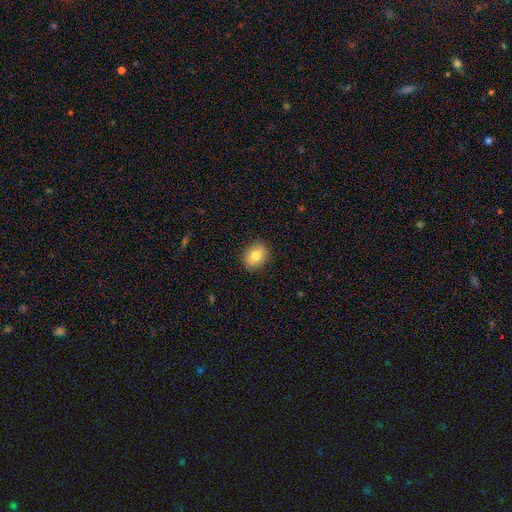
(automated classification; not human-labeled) Morphology: type=smooth (81%); roundness=round (50%); merging=none (89%).